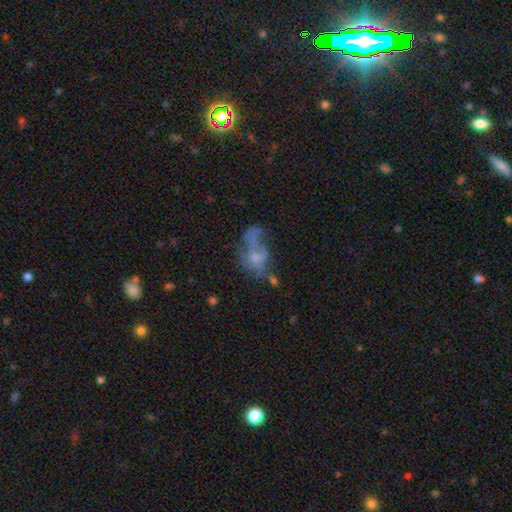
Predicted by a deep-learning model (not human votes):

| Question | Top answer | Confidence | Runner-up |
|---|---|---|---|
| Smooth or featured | featured or disk | 54% | smooth (31%) |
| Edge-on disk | no | 96% | yes (4%) |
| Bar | no | 81% | weak (16%) |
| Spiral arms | no | 63% | yes (37%) |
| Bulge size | small | 48% | moderate (26%) |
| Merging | major disturbance | 42% | none (28%) |